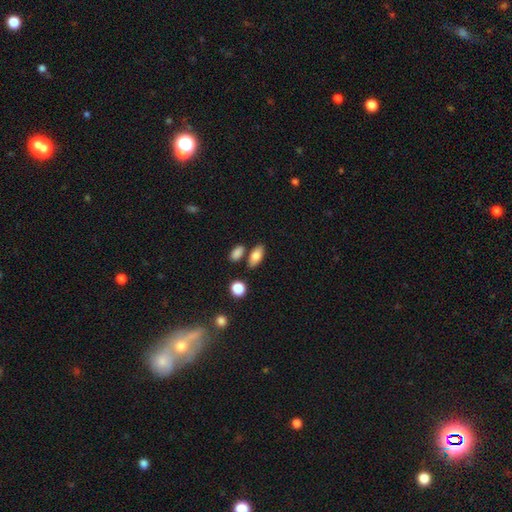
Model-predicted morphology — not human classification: Smooth or featured?
  - smooth: 82% *
  - featured or disk: 10%
  - star or artifact: 8%
How rounded?
  - in between: 86% *
  - cigar-shaped: 8%
  - round: 6%
Merging?
  - none: 76% *
  - minor disturbance: 11%
  - merger: 10%
  - major disturbance: 3%